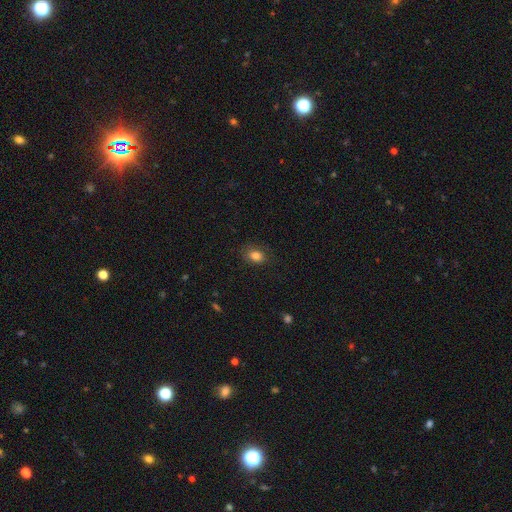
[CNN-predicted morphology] Overall: smooth (83%). How rounded: in between (67%; round 32%). Merging: none (79%).